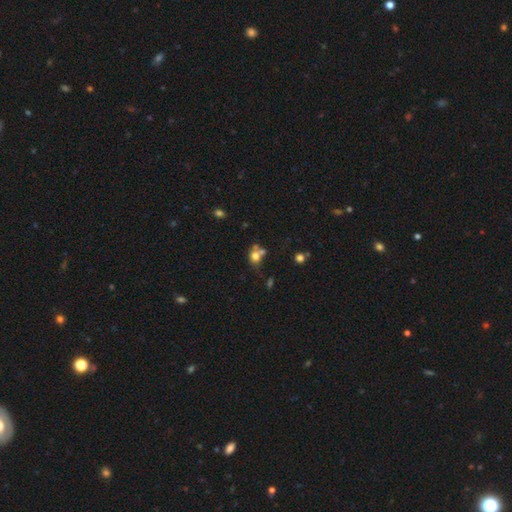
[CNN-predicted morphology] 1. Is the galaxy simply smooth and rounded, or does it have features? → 71% smooth, 16% featured or disk, 14% star or artifact.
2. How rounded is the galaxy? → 60% round, 38% in between, 1% cigar-shaped.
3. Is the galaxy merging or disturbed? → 40% merger, 38% none, 14% minor disturbance, 8% major disturbance.